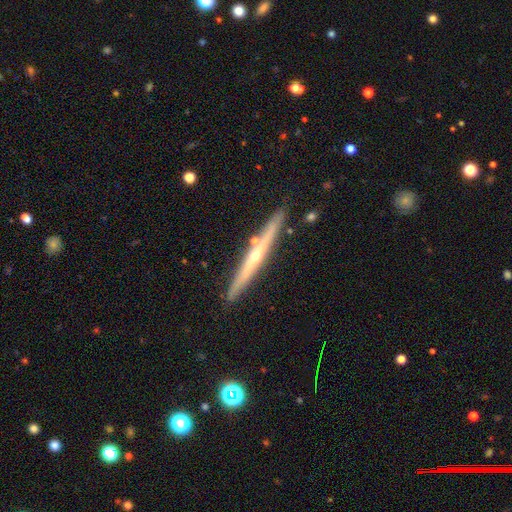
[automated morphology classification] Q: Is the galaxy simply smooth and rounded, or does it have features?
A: featured or disk — 75%.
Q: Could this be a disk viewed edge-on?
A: yes — 96%.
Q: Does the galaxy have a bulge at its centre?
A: rounded — 76%.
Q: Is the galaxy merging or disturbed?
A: none — 86%.